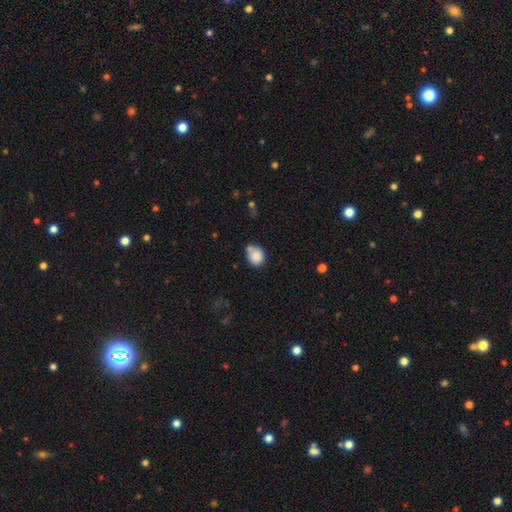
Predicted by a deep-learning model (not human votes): This is clearly a smooth galaxy (84%). How rounded: likely round (68%). Merging: possibly none (52%).